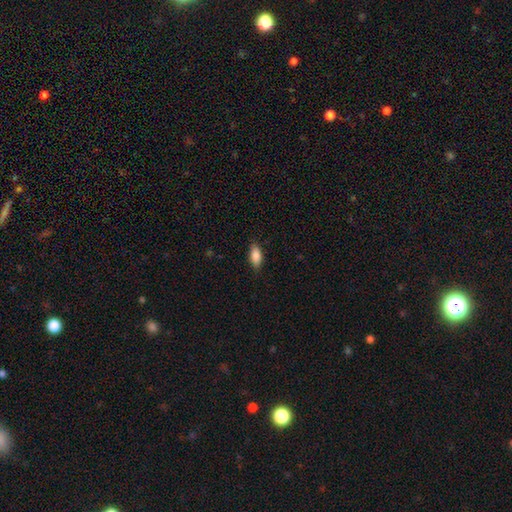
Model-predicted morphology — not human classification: Smooth or featured: smooth — 86% (featured or disk — 7%)
How rounded: in between — 87% (cigar-shaped — 10%)
Merging: none — 86% (minor disturbance — 11%)